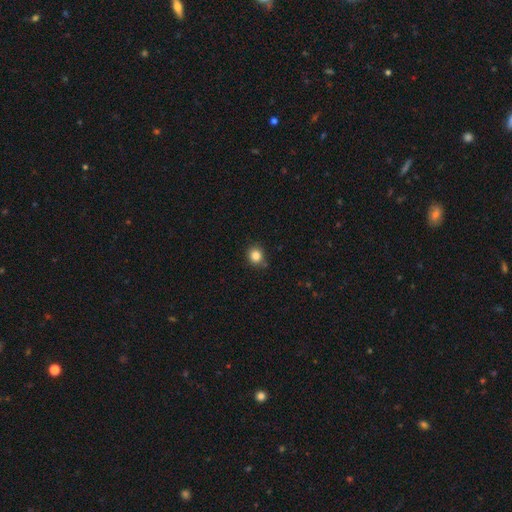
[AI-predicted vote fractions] Overall: smooth (84%). How rounded: round (82%). Merging: none (84%).